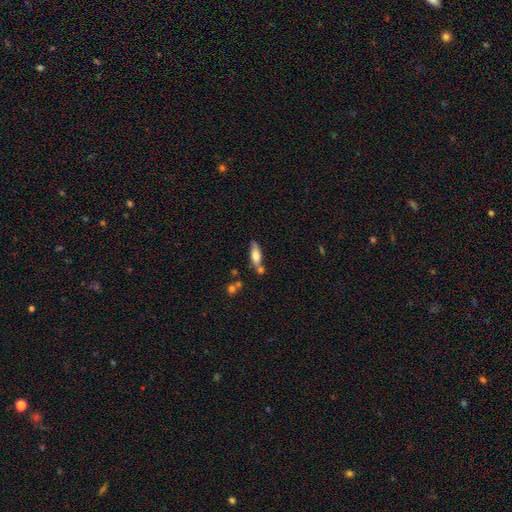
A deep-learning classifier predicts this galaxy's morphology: Overall: smooth (61%; featured or disk 32%). How rounded: in between (59%; cigar-shaped 38%). Merging: none (59%).